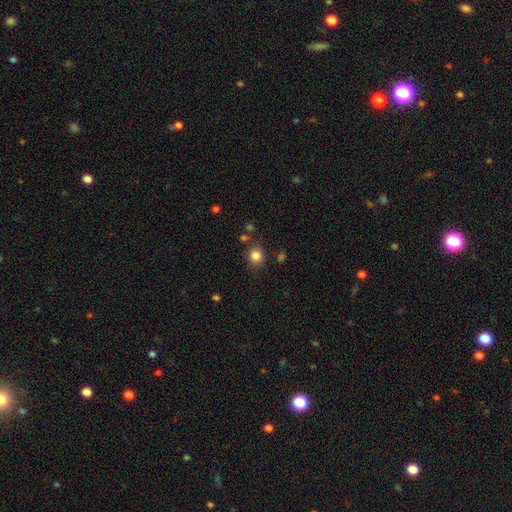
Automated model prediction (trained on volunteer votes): Smooth or featured: smooth — 84% (star or artifact — 12%)
How rounded: round — 74% (in between — 26%)
Merging: none — 81% (minor disturbance — 11%)